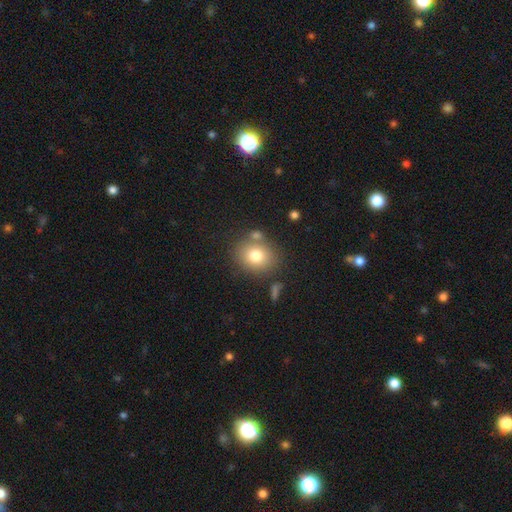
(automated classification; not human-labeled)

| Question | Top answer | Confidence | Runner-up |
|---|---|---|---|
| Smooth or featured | smooth | 77% | featured or disk (12%) |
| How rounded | round | 65% | in between (34%) |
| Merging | none | 71% | merger (13%) |